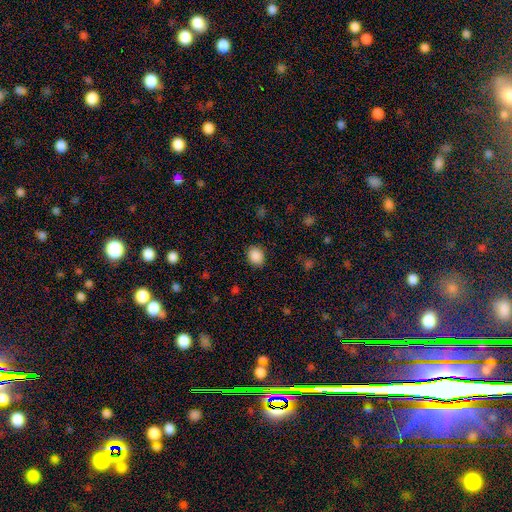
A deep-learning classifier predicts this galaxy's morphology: Smooth or featured? smooth (88%)
How rounded? in between (50%)
Merging? none (87%)